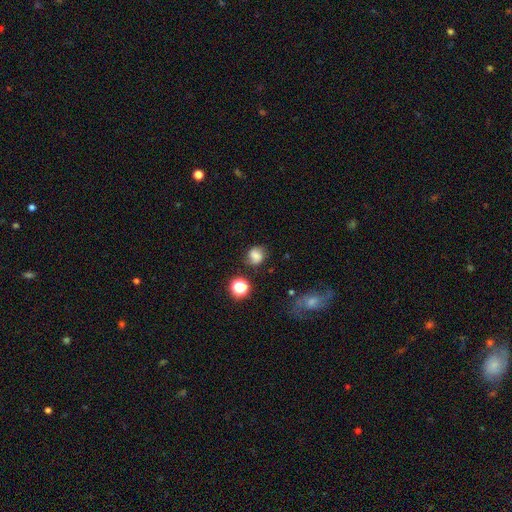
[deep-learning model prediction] Smooth or featured?
  - smooth: 63% *
  - featured or disk: 22%
  - star or artifact: 15%
How rounded?
  - round: 70% *
  - in between: 28%
  - cigar-shaped: 1%
Merging?
  - none: 69% *
  - minor disturbance: 19%
  - major disturbance: 7%
  - merger: 5%